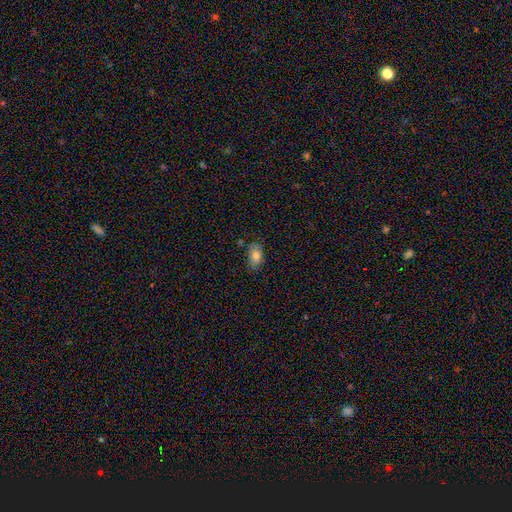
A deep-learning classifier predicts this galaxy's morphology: Smooth or featured? smooth (81%)
How rounded? in between (89%)
Merging? none (72%)